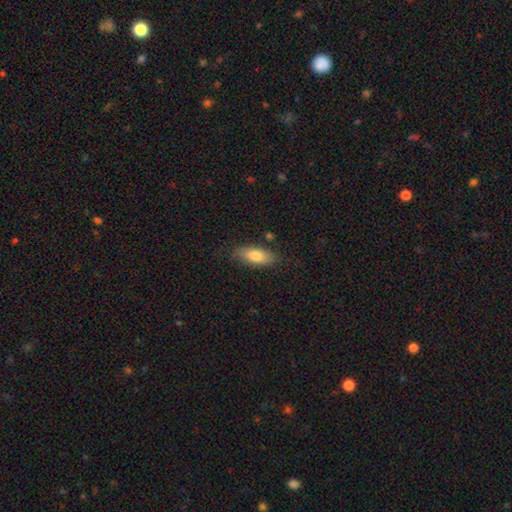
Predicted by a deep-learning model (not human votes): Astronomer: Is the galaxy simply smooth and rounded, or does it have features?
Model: smooth — 79%.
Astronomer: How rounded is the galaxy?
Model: in between — 82%.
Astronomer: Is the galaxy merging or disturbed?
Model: none — 78%.